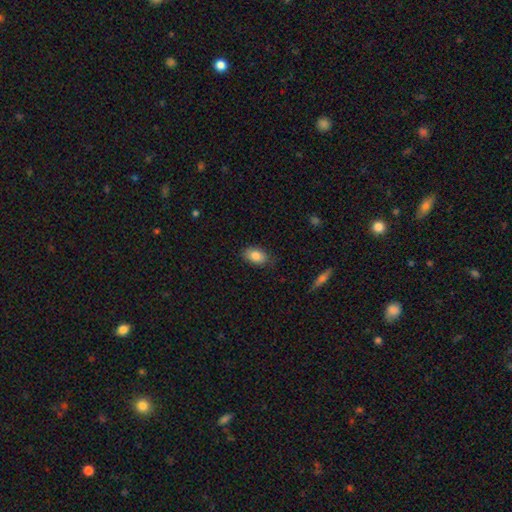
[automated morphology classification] Overall: smooth (86%). How rounded: in between (89%). Merging: none (82%).